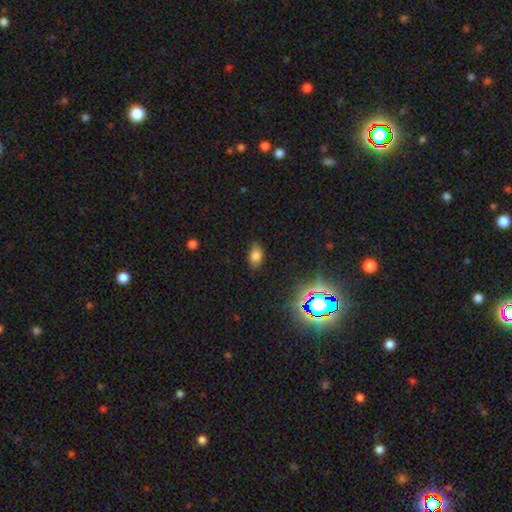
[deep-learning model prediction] This appears to be a smooth galaxy with no disk features (74%) that is in between round and cigar-shaped (87%). Merging: none (77%).